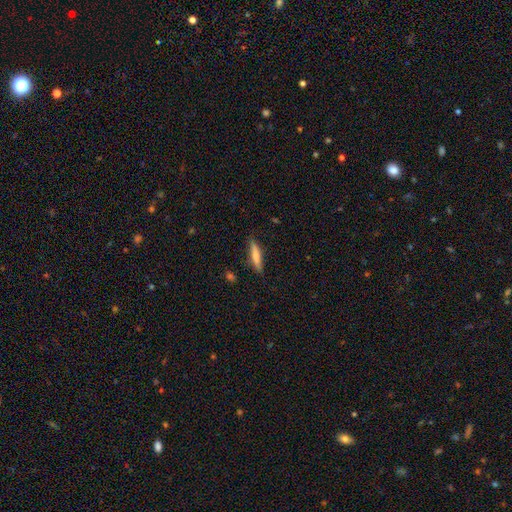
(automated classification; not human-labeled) smooth_or_featured: smooth (p=0.69) [alt: featured or disk p=0.25]
how_rounded: cigar-shaped (p=0.87) [alt: in between p=0.11]
merging: none (p=0.84) [alt: minor disturbance p=0.12]